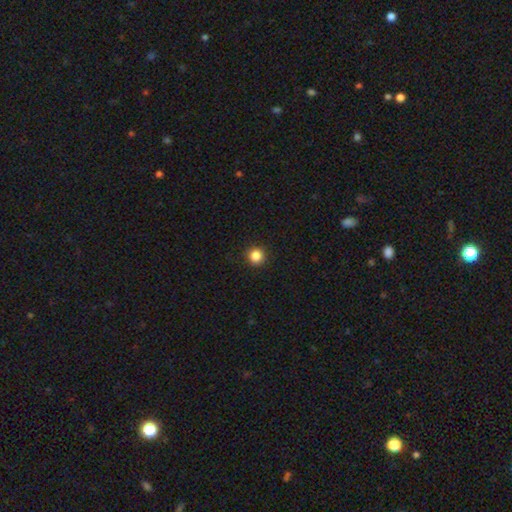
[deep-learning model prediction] smooth-or-featured: smooth: 84% | star or artifact: 12% | featured or disk: 4%
  how-rounded: round: 95% | in between: 4% | cigar-shaped: 1%
  merging: none: 93% | minor disturbance: 5% | major disturbance: 2% | merger: 1%